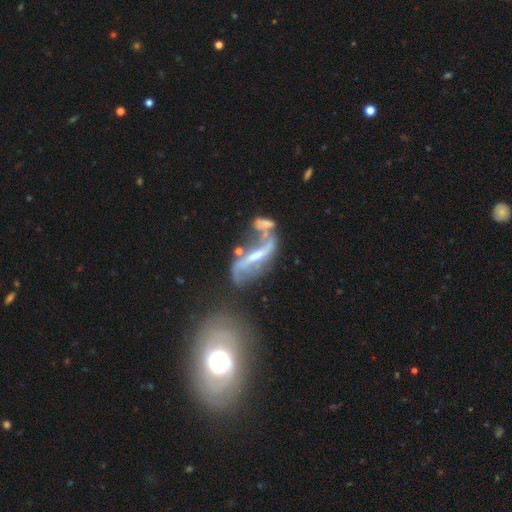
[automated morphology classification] Smooth or featured?
  - featured or disk: 81% *
  - smooth: 10%
  - star or artifact: 8%
Edge-on disk?
  - no: 83% *
  - yes: 17%
Bar?
  - strong: 52% *
  - weak: 28%
  - no: 20%
Spiral arms?
  - yes: 81% *
  - no: 19%
Spiral winding?
  - loose: 78% *
  - medium: 15%
  - tight: 7%
Spiral arm count?
  - 2: 86% *
  - can't tell: 6%
  - 1: 5%
  - 3: 1%
  - 4: 1%
  - more than 4: 1%
Bulge size?
  - small: 55% *
  - moderate: 29%
  - none: 12%
  - large: 3%
  - dominant: 2%
Merging?
  - none: 35% *
  - merger: 33%
  - major disturbance: 16%
  - minor disturbance: 16%